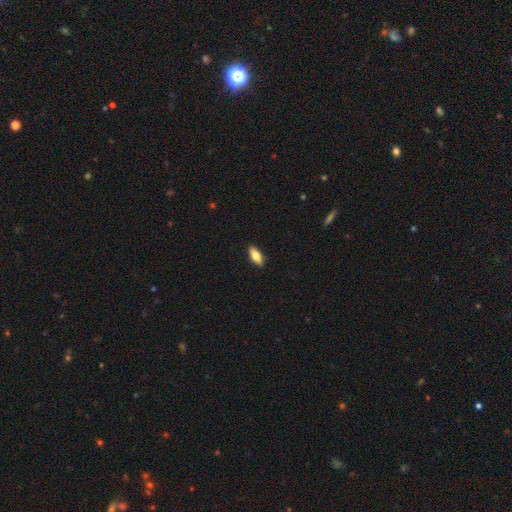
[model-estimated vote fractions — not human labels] This appears to be a smooth galaxy with no disk features (74%) that is in between round and cigar-shaped (75%). Merging: none (90%).